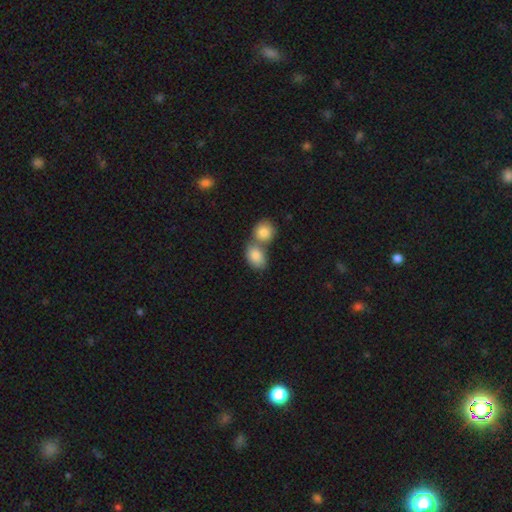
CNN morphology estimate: This is clearly a smooth galaxy (85%). How rounded: likely in between (75%). Merging: likely merger (60%).